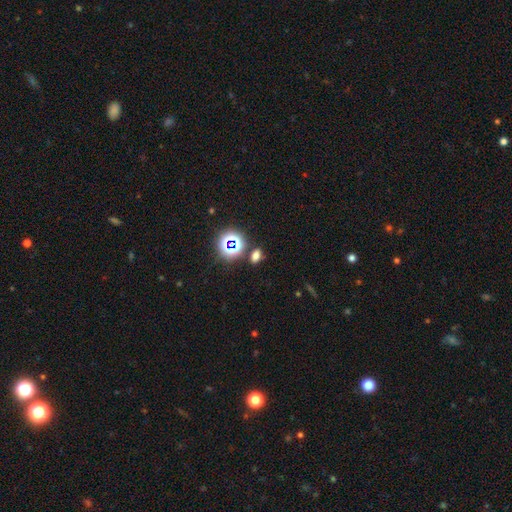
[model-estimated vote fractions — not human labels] smooth-or-featured: smooth: 61% | star or artifact: 31% | featured or disk: 8%
  how-rounded: in between: 76% | round: 20% | cigar-shaped: 4%
  merging: none: 79% | minor disturbance: 10% | merger: 8% | major disturbance: 4%